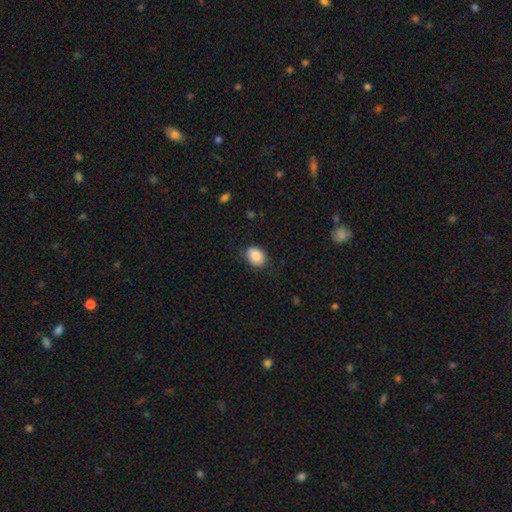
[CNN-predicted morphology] Q: Smooth or featured?
A: smooth (88%); runner-up: star or artifact (7%)
Q: How rounded?
A: in between (65%); runner-up: round (34%)
Q: Merging?
A: none (80%); runner-up: minor disturbance (15%)